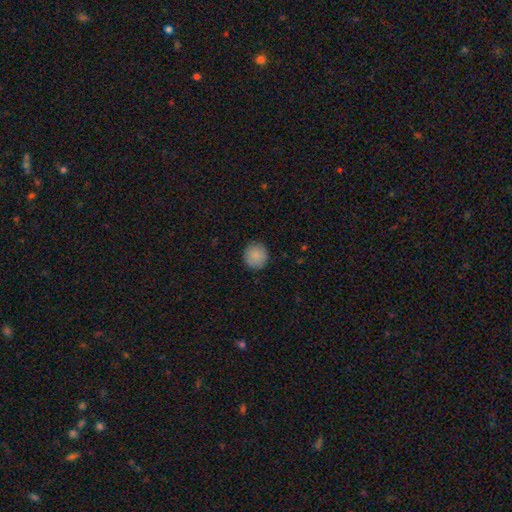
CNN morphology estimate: Smooth or featured? Predicted: smooth (p=0.87). How rounded? Predicted: round (p=0.91). Merging? Predicted: none (p=0.90).